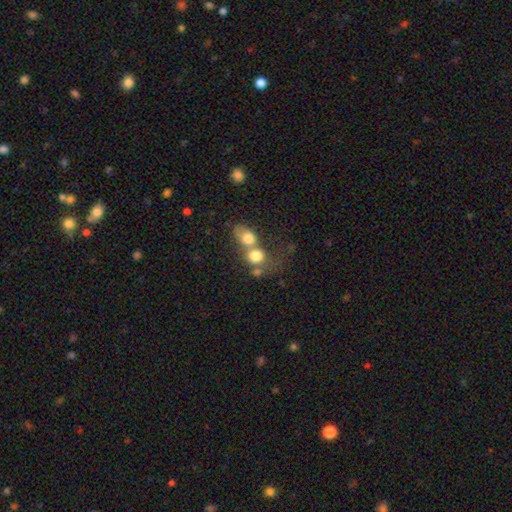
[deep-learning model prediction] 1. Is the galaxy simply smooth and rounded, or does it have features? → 74% smooth, 16% featured or disk, 10% star or artifact.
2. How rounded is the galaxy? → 65% round, 34% in between, 2% cigar-shaped.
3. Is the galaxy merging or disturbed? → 65% merger, 22% none, 7% major disturbance, 7% minor disturbance.